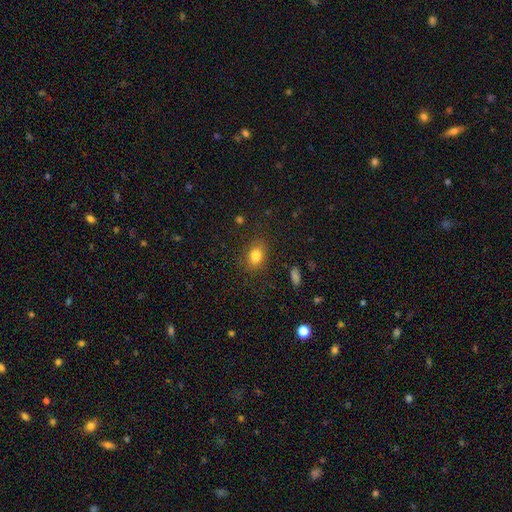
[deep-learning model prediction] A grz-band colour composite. It shows a smooth galaxy with no disk features (82%) that is in between round and cigar-shaped (63%). Merging: none (82%).